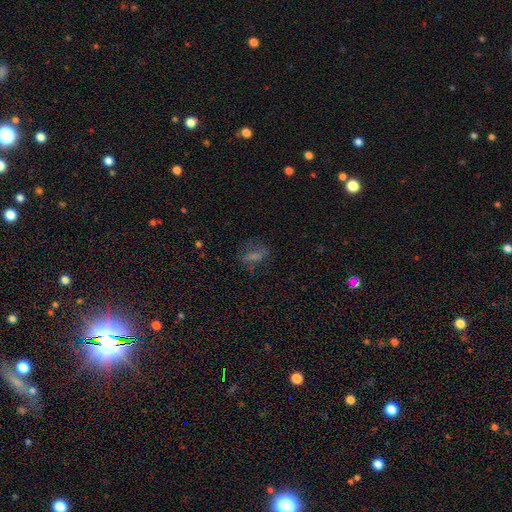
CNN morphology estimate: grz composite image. It shows a smooth galaxy with no disk features (47%). Merging: none (66%).